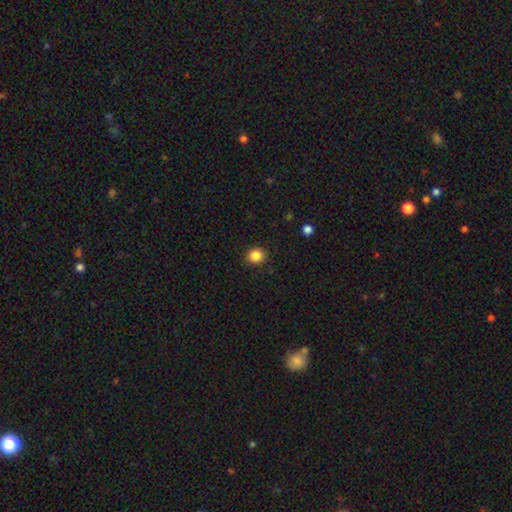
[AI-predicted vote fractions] A smooth galaxy with no disk features (85%) that is round (85%).

Vote fractions:
- Smooth or featured? smooth: 85% / star or artifact: 11% / featured or disk: 4%
- How rounded? round: 85% / in between: 14% / cigar-shaped: 1%
- Merging? none: 90% / minor disturbance: 6% / major disturbance: 2% / merger: 1%